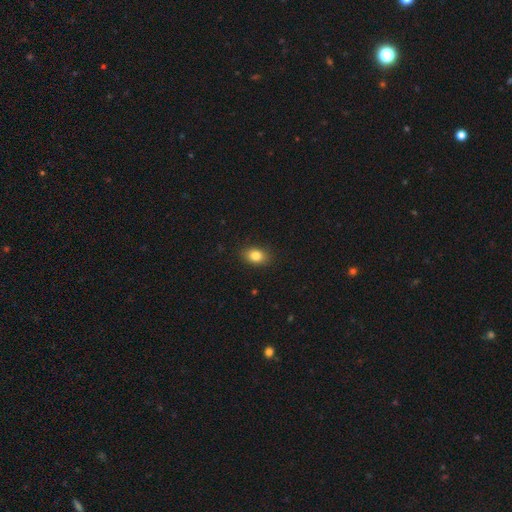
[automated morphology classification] A smooth galaxy with no disk features (83%) that is in between round and cigar-shaped (78%).

Vote fractions:
- Smooth or featured? smooth: 83% / star or artifact: 9% / featured or disk: 7%
- How rounded? in between: 78% / round: 21% / cigar-shaped: 2%
- Merging? none: 88% / minor disturbance: 9% / major disturbance: 2% / merger: 1%